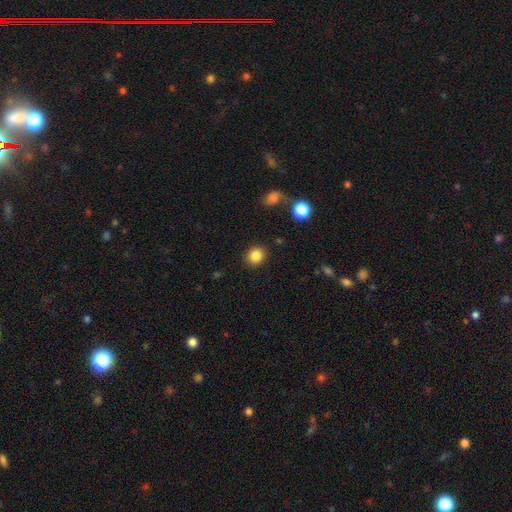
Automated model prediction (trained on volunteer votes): This is clearly a smooth galaxy (85%). How rounded: likely round (73%). Merging: clearly none (89%).